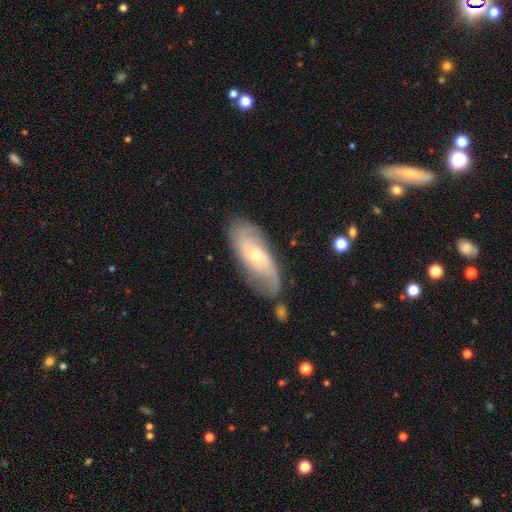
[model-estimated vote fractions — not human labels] Q: Smooth or featured?
A: featured or disk (71%); runner-up: smooth (23%)
Q: Edge-on disk?
A: no (89%); runner-up: yes (11%)
Q: Bar?
A: no (69%); runner-up: weak (25%)
Q: Spiral arms?
A: yes (85%); runner-up: no (15%)
Q: Spiral winding?
A: tight (40%); runner-up: medium (37%)
Q: Spiral arm count?
A: 2 (57%); runner-up: can't tell (28%)
Q: Bulge size?
A: small (60%); runner-up: moderate (37%)
Q: Merging?
A: none (71%); runner-up: minor disturbance (19%)